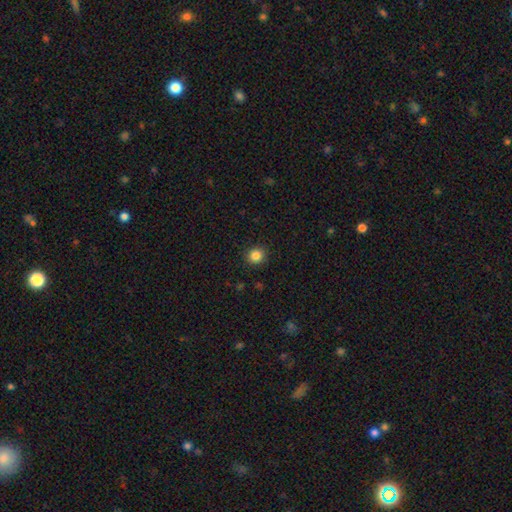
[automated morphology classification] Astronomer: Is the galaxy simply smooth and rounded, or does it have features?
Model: smooth — 85%.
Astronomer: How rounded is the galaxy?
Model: round — 90%.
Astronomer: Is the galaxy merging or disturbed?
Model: none — 91%.